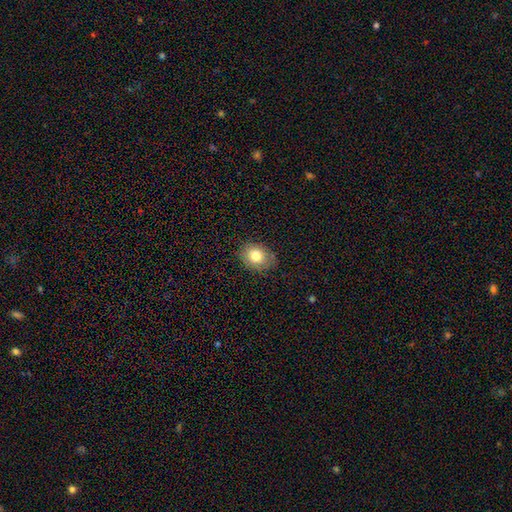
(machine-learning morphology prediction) smooth_or_featured: smooth (p=0.79) [alt: featured or disk p=0.12]
how_rounded: in between (p=0.63) [alt: round p=0.36]
merging: none (p=0.82) [alt: minor disturbance p=0.14]